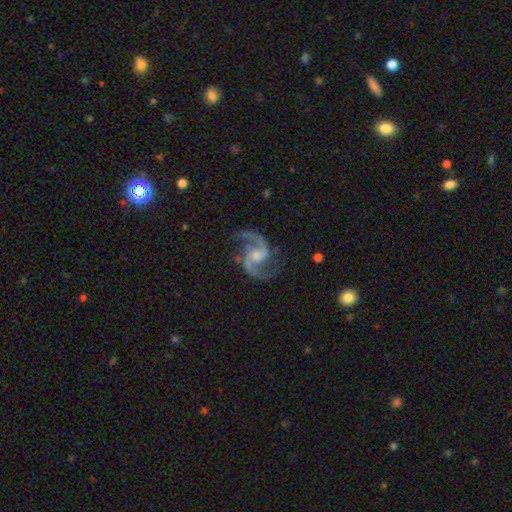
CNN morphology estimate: featured or disk 93%, star or artifact 4%, smooth 2%. Down the decision tree: edge-on disk — no (98%); bar — no (50%); spiral arms — yes (98%); spiral arm count — 2 (94%); spiral winding — medium (57%); bulge size — small (46%); merging — none (78%).